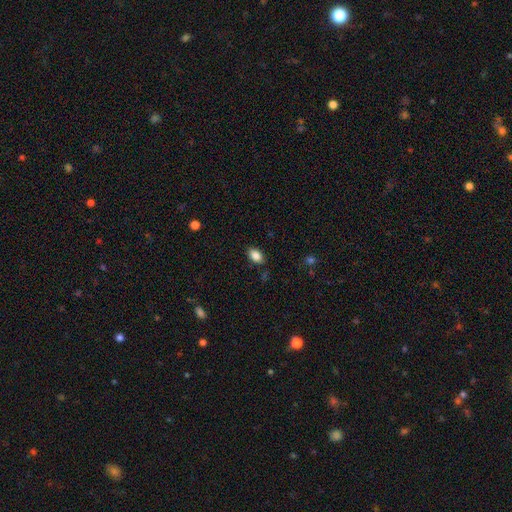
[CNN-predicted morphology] Smooth or featured? Predicted: smooth (p=0.85). How rounded? Predicted: in between (p=0.90). Merging? Predicted: none (p=0.84).